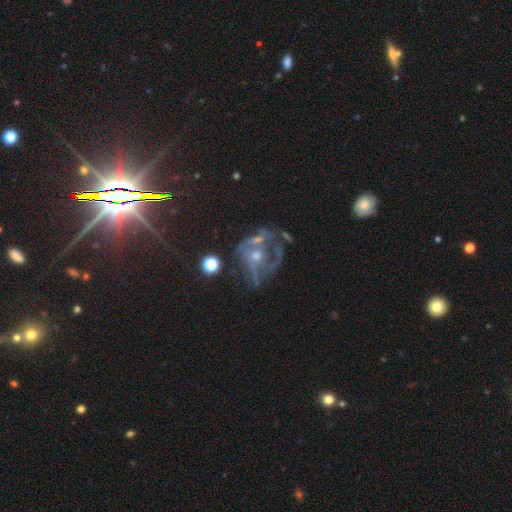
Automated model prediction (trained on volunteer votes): A featured or disk galaxy (69%) with no bar (74%), spiral arms (71%) and a small central bulge (47%). Merging: none (40%).